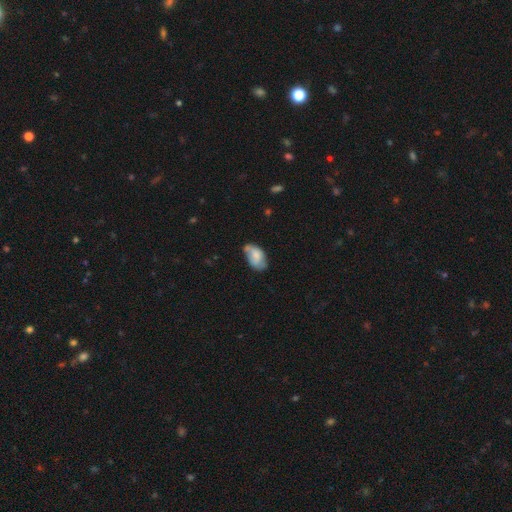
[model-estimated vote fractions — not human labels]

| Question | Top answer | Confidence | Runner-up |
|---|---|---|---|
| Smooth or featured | smooth | 65% | featured or disk (27%) |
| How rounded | in between | 92% | round (6%) |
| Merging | none | 41% | minor disturbance (39%) |